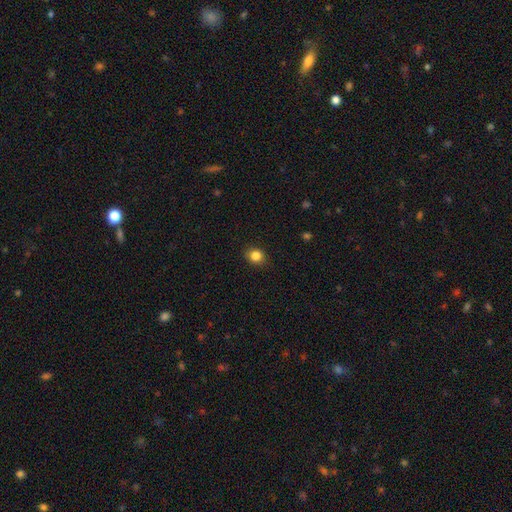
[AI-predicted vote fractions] A smooth galaxy with no disk features (84%) that is round (74%).

Vote fractions:
- Smooth or featured? smooth: 84% / star or artifact: 11% / featured or disk: 5%
- How rounded? round: 74% / in between: 25% / cigar-shaped: 1%
- Merging? none: 89% / minor disturbance: 8% / major disturbance: 2% / merger: 1%